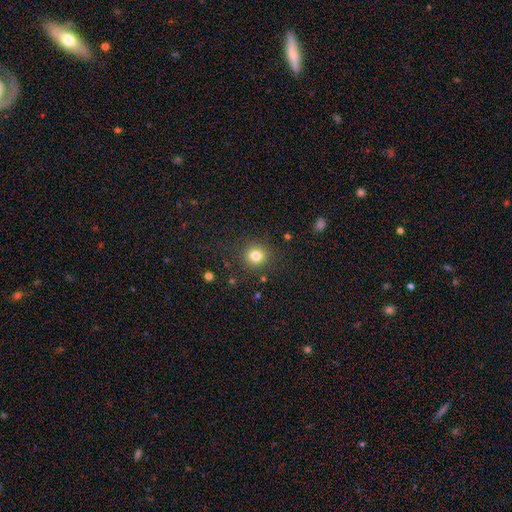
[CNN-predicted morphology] smooth 81%, star or artifact 13%, featured or disk 6%. Down the decision tree: how rounded — round (89%); merging — none (88%).